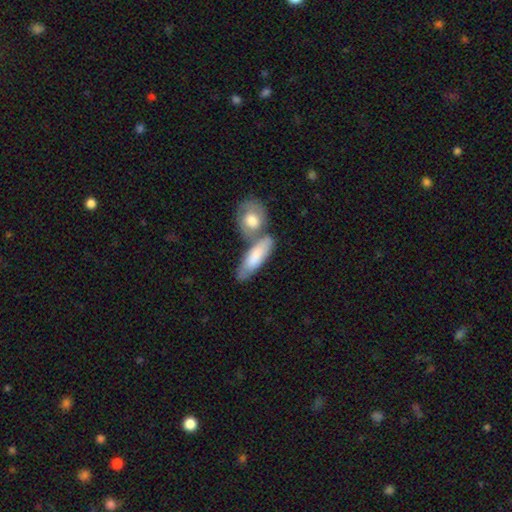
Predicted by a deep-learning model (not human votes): Overall: smooth (72%). How rounded: in between (56%; cigar-shaped 40%). Merging: none (44%; merger 38%).